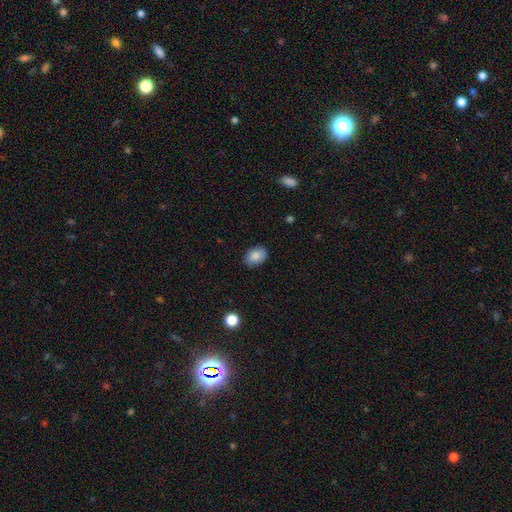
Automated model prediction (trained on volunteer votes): smooth_or_featured: smooth (p=0.87) [alt: star or artifact p=0.08]
how_rounded: in between (p=0.82) [alt: round p=0.17]
merging: none (p=0.85) [alt: minor disturbance p=0.12]